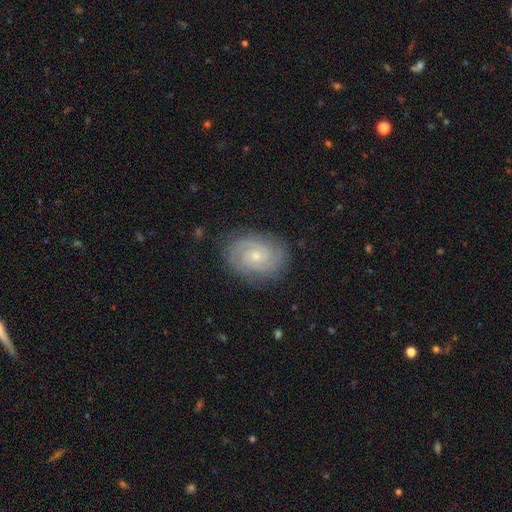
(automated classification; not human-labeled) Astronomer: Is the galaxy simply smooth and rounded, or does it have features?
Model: featured or disk — 83%.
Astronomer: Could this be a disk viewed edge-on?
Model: no — 97%.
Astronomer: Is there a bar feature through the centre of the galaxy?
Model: no — 68%.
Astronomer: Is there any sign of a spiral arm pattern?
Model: yes — 97%.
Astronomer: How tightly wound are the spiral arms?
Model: tight — 69%.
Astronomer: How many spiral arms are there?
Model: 2 — 68%.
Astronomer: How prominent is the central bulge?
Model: small — 67%.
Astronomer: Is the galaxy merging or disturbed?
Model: none — 84%.